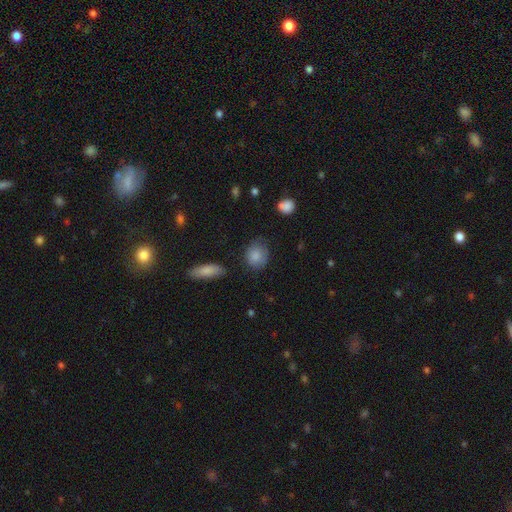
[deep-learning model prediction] Smooth or featured? Predicted: smooth (p=0.85). How rounded? Predicted: round (p=0.61). Merging? Predicted: none (p=0.65).